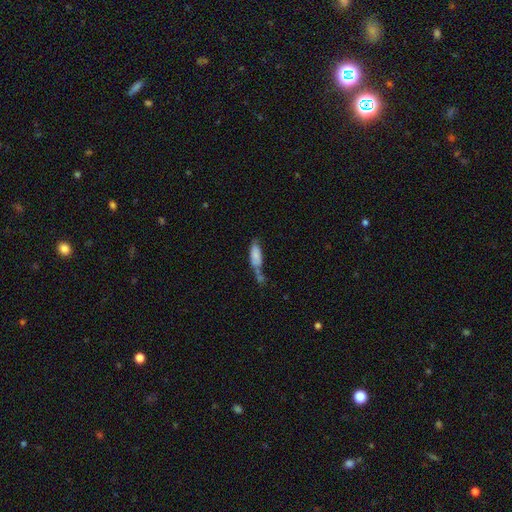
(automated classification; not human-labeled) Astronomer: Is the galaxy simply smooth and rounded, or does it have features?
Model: smooth — 76%.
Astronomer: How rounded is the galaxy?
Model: in between — 64%.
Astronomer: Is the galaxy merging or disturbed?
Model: merger — 39% (runner-up: none, 29%).